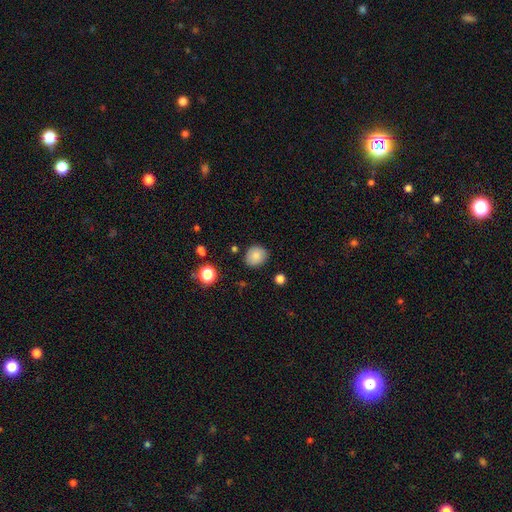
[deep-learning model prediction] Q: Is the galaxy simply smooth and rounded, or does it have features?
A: smooth — 83%.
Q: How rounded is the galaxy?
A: round — 73%.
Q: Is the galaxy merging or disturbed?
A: none — 85%.